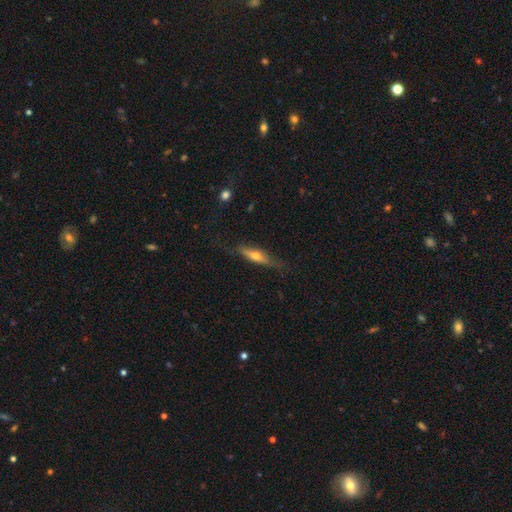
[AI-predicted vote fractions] Smooth or featured? featured or disk (54%)
Edge-on disk? yes (91%)
Merging? none (75%)